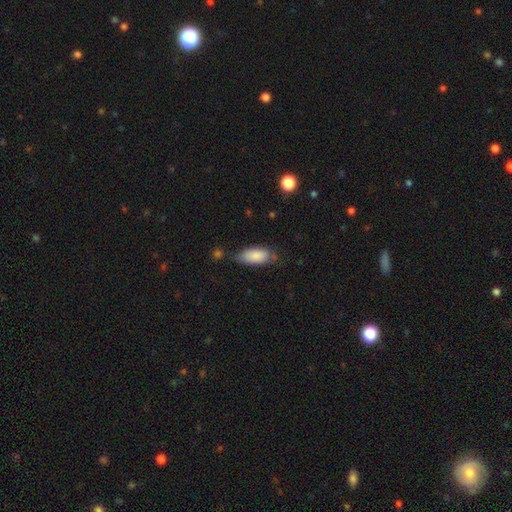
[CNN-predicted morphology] Overall: smooth (84%). How rounded: in between (87%). Merging: none (60%; minor disturbance 29%).